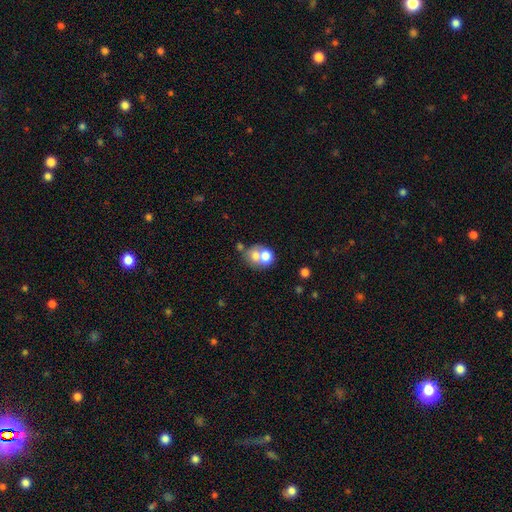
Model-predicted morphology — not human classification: Overall: smooth (65%). How rounded: round (59%; in between 40%). Merging: merger (59%; none 28%).